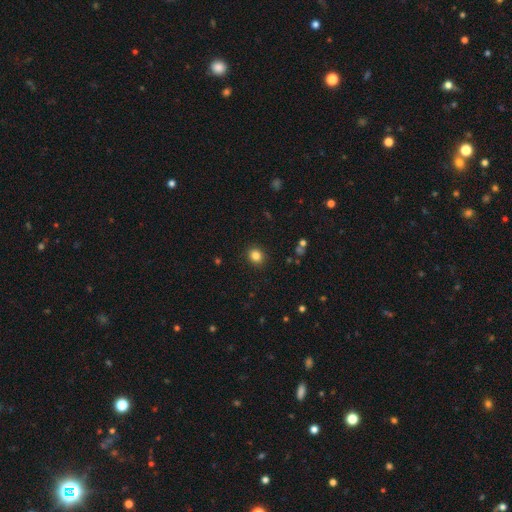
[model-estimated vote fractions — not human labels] A smooth galaxy with no disk features (83%) that is round (81%).

Vote fractions:
- Smooth or featured? smooth: 83% / star or artifact: 12% / featured or disk: 5%
- How rounded? round: 81% / in between: 18% / cigar-shaped: 1%
- Merging? none: 91% / minor disturbance: 6% / major disturbance: 2% / merger: 1%